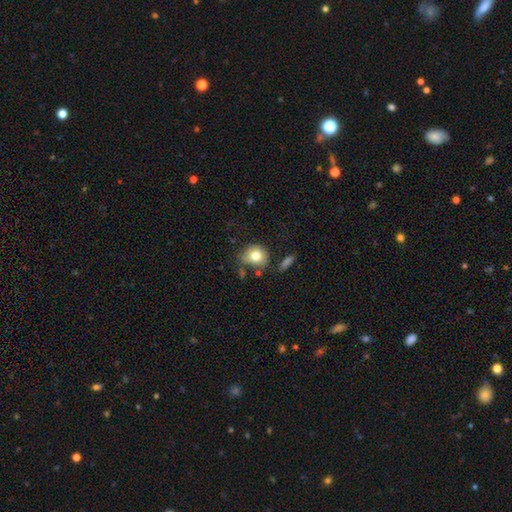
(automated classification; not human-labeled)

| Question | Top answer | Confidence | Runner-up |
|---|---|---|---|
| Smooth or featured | smooth | 77% | featured or disk (13%) |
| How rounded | round | 70% | in between (29%) |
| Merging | none | 59% | minor disturbance (24%) |